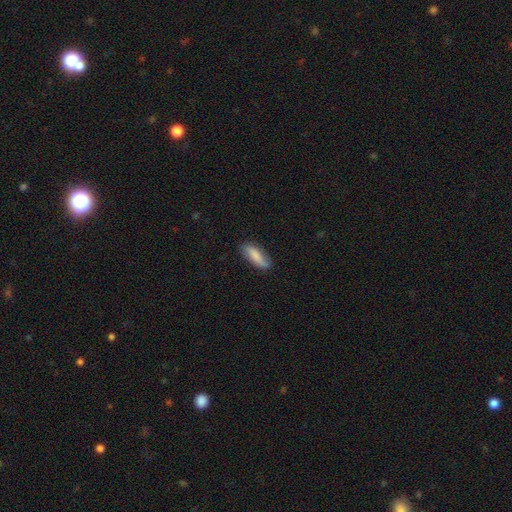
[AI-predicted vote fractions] This appears to be a smooth galaxy with no disk features (75%) that is in between round and cigar-shaped (57%). Merging: none (76%).